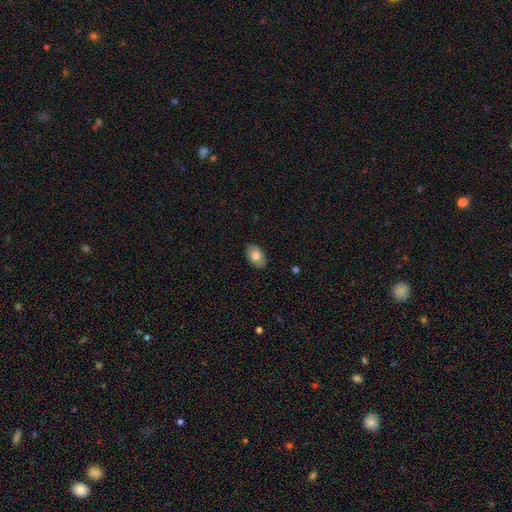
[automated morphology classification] A smooth galaxy with no disk features (75%) that is in between round and cigar-shaped (87%).

Vote fractions:
- Smooth or featured? smooth: 75% / featured or disk: 19% / star or artifact: 7%
- How rounded? in between: 87% / round: 11% / cigar-shaped: 1%
- Merging? none: 85% / minor disturbance: 11% / major disturbance: 2% / merger: 1%